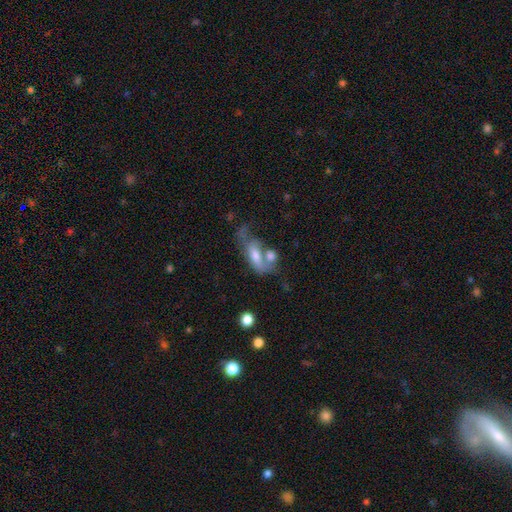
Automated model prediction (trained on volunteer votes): This is possibly a smooth galaxy (57%). How rounded: likely in between (73%). Merging: marginally merger (39%).